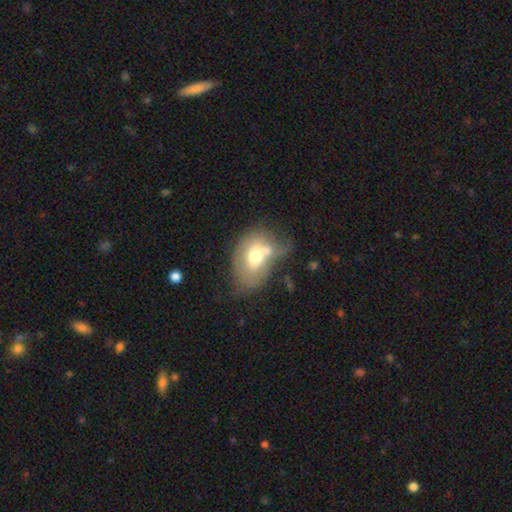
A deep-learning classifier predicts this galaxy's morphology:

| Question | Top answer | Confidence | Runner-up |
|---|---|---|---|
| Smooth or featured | smooth | 60% | featured or disk (31%) |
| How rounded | in between | 78% | round (20%) |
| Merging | merger | 34% | none (28%) |